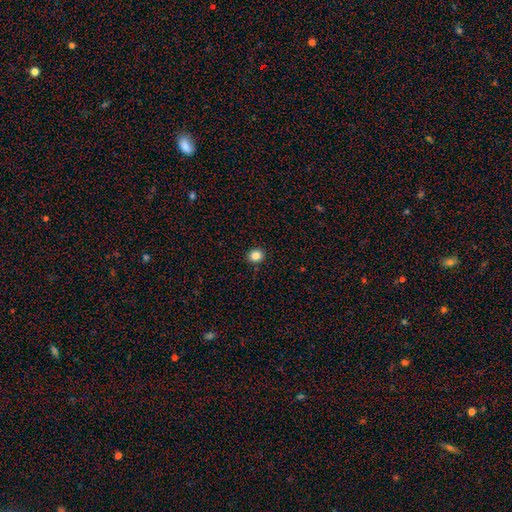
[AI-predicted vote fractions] Smooth or featured?
  - smooth: 84% *
  - star or artifact: 12%
  - featured or disk: 4%
How rounded?
  - round: 80% *
  - in between: 19%
  - cigar-shaped: 1%
Merging?
  - none: 92% *
  - minor disturbance: 6%
  - major disturbance: 2%
  - merger: 1%